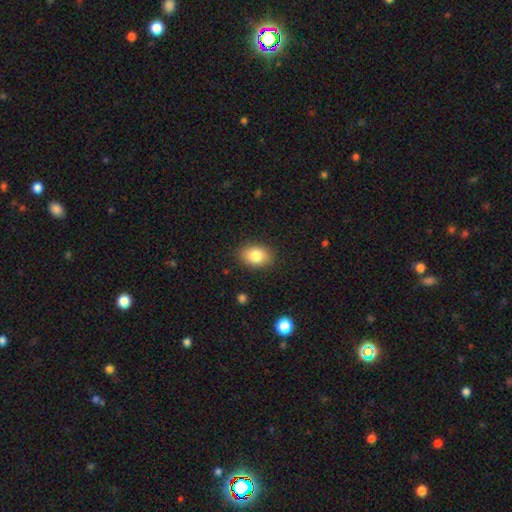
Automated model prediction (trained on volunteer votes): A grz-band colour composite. It shows a smooth galaxy with no disk features (84%) that is in between round and cigar-shaped (78%). Merging: none (87%).